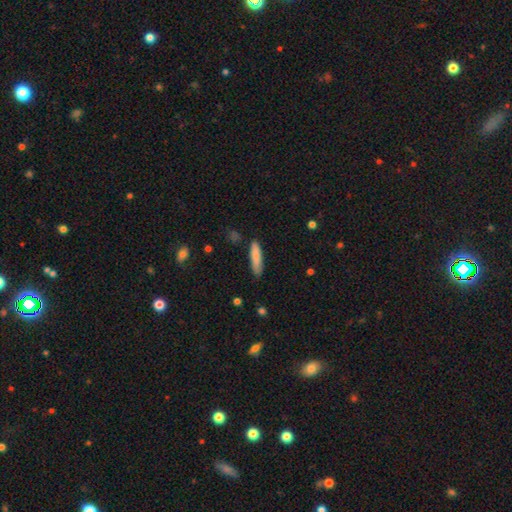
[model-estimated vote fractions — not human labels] Overall: smooth (84%). How rounded: cigar-shaped (80%). Merging: none (82%).